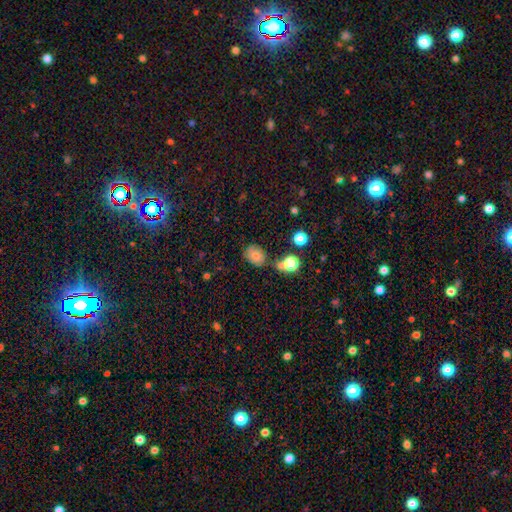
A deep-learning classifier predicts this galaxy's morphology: smooth-or-featured: smooth: 72% | star or artifact: 14% | featured or disk: 14%
  how-rounded: in between: 59% | round: 40% | cigar-shaped: 1%
  merging: none: 63% | minor disturbance: 21% | merger: 10% | major disturbance: 6%